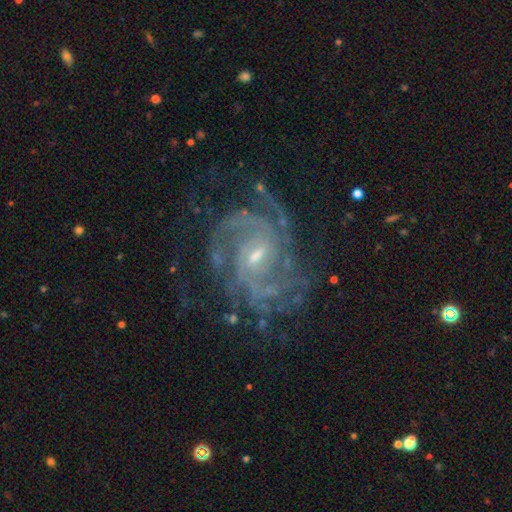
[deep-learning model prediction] smooth_or_featured: featured or disk (p=0.90) [alt: star or artifact p=0.07]
disk_edge_on: no (p=0.98) [alt: yes p=0.02]
bar: weak (p=0.46) [alt: no p=0.39]
has_spiral_arms: yes (p=0.98) [alt: no p=0.02]
spiral_winding: tight (p=0.59) [alt: medium p=0.35]
spiral_arm_count: 2 (p=0.23) [alt: 3 p=0.22]
bulge_size: small (p=0.68) [alt: moderate p=0.27]
merging: none (p=0.74) [alt: minor disturbance p=0.16]